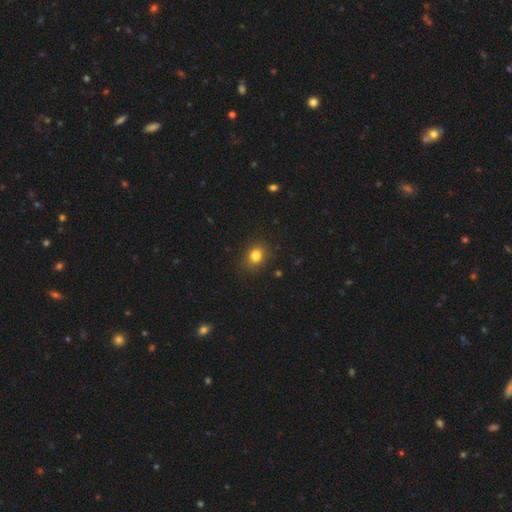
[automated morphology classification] A smooth galaxy with no disk features (82%) that is round (55%).

Vote fractions:
- Smooth or featured? smooth: 82% / star or artifact: 12% / featured or disk: 6%
- How rounded? round: 55% / in between: 44% / cigar-shaped: 1%
- Merging? none: 86% / minor disturbance: 10% / major disturbance: 3% / merger: 1%